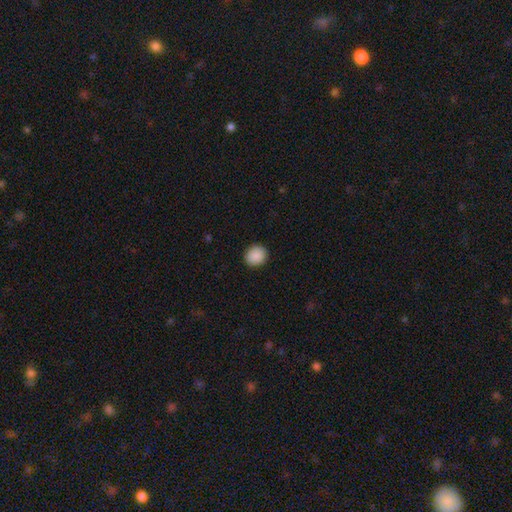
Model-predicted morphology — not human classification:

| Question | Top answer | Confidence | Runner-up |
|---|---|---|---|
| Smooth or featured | smooth | 90% | star or artifact (8%) |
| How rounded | round | 80% | in between (19%) |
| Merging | none | 91% | minor disturbance (6%) |